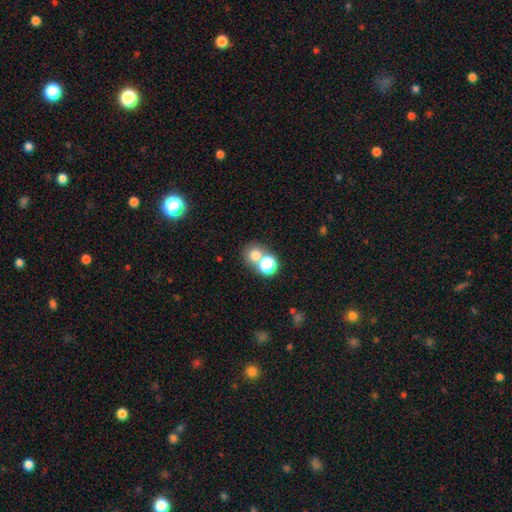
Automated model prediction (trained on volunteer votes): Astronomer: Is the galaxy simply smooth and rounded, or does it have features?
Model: smooth — 71%.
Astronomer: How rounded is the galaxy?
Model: round — 86%.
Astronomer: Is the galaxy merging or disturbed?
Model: none — 55% (runner-up: merger, 35%).